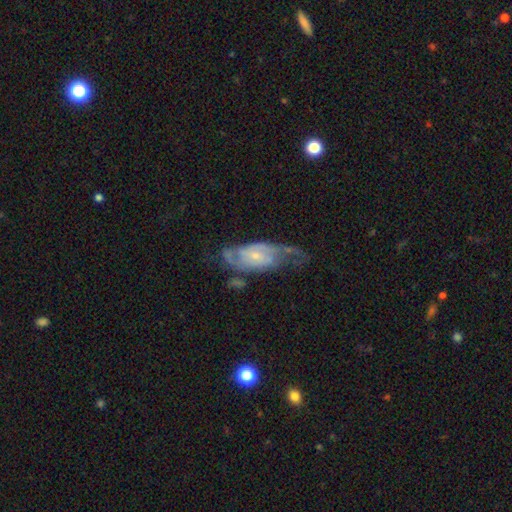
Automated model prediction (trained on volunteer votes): Smooth or featured? featured or disk (81%)
Edge-on disk? no (93%)
Bar? no (52%)
Spiral arms? yes (92%)
Spiral winding? medium (46%)
Spiral arm count? 2 (74%)
Bulge size? small (63%)
Merging? none (50%)